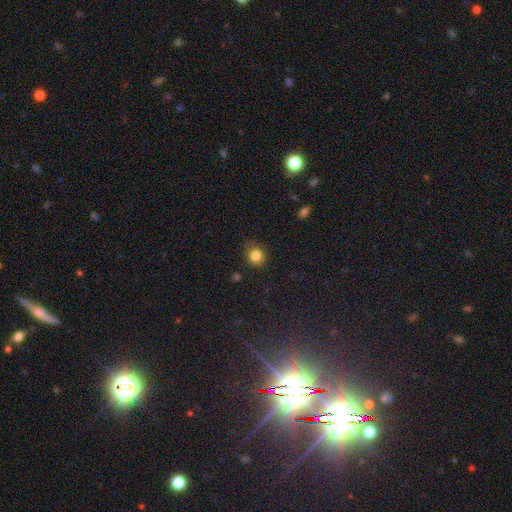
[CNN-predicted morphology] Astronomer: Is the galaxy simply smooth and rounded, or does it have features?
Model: smooth — 83%.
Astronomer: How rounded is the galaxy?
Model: round — 81%.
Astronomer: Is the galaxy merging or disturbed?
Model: none — 82%.